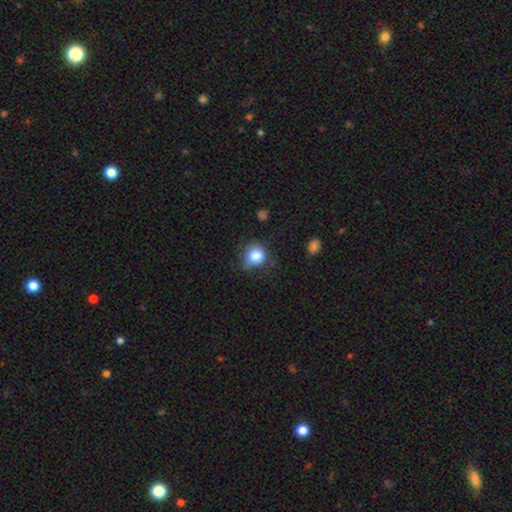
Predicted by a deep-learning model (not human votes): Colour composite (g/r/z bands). It shows a smooth galaxy with no disk features (83%) that is round (75%). Merging: none (57%).